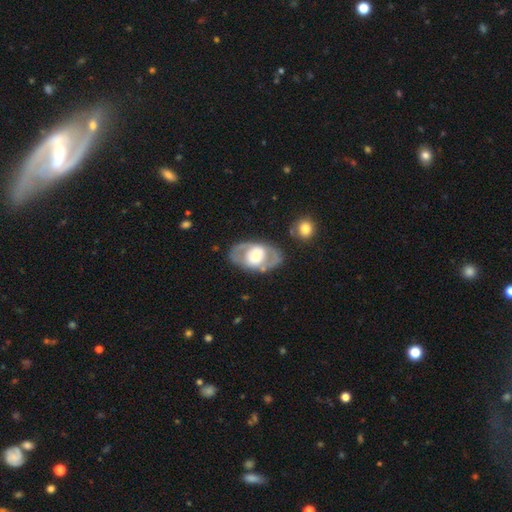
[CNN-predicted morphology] smooth_or_featured: featured or disk (p=0.65) [alt: smooth p=0.30]
disk_edge_on: no (p=0.91) [alt: yes p=0.09]
bar: no (p=0.71) [alt: weak p=0.19]
has_spiral_arms: no (p=0.65) [alt: yes p=0.35]
bulge_size: moderate (p=0.54) [alt: large p=0.28]
merging: none (p=0.78) [alt: minor disturbance p=0.12]